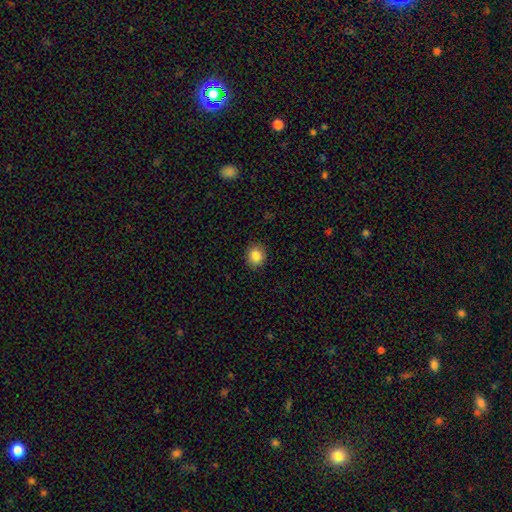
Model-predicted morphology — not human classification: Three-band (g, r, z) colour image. It shows a smooth galaxy with no disk features (86%) that is round (73%). Merging: none (89%).